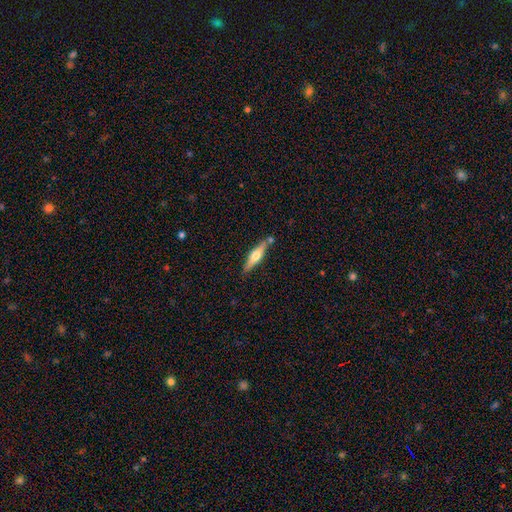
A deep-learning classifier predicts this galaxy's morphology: Smooth or featured? featured or disk (54%)
Edge-on disk? yes (95%)
Edge-on bulge? rounded (90%)
Merging? none (78%)